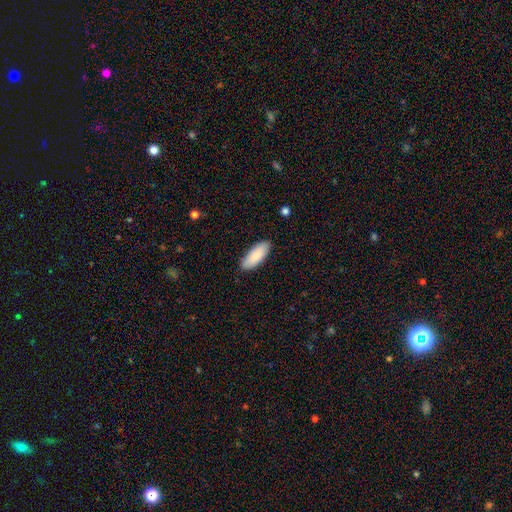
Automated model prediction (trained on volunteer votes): smooth-or-featured: smooth: 88% | featured or disk: 6% | star or artifact: 6%
  how-rounded: in between: 76% | cigar-shaped: 23% | round: 2%
  merging: none: 87% | minor disturbance: 10% | major disturbance: 2% | merger: 1%